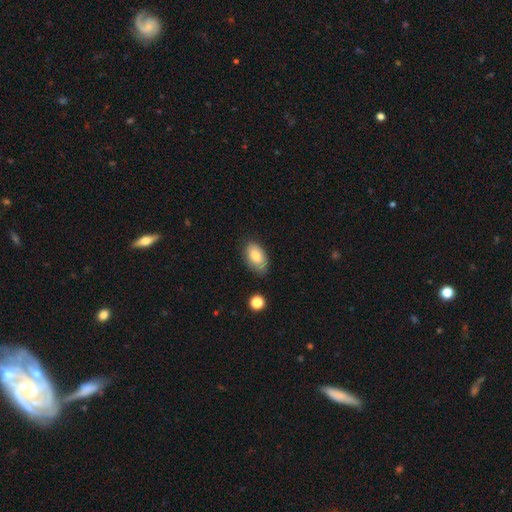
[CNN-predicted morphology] Smooth or featured? smooth (79%)
How rounded? in between (93%)
Merging? none (72%)